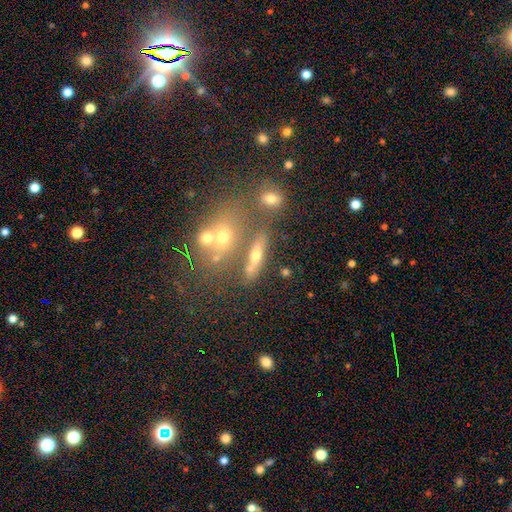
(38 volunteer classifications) Overall: smooth (53%; featured or disk 39%). How rounded: cigar-shaped (85%). Merging: none (74%).